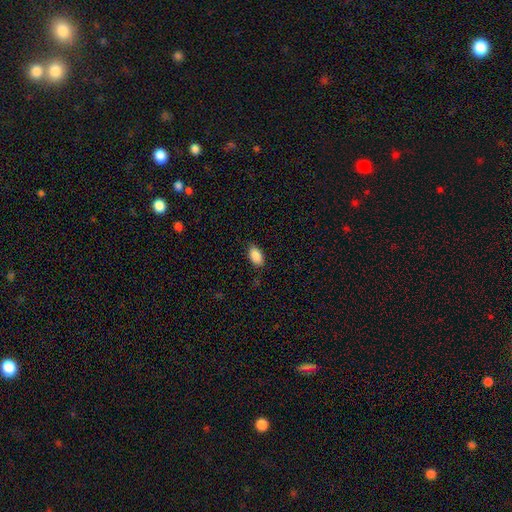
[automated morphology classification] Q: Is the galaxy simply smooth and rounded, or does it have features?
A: smooth — 89%.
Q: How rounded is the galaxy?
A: in between — 93%.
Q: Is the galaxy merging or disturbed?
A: none — 83%.